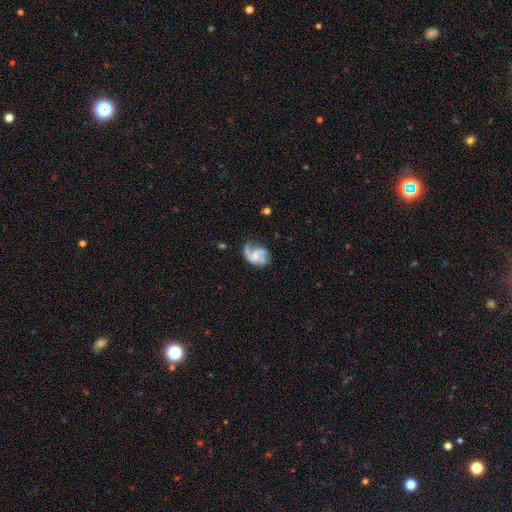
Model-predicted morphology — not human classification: Smooth or featured? featured or disk (69%)
Edge-on disk? no (98%)
Bar? no (60%)
Spiral arms? yes (85%)
Spiral winding? loose (45%)
Spiral arm count? 2 (56%)
Bulge size? small (37%)
Merging? none (40%)